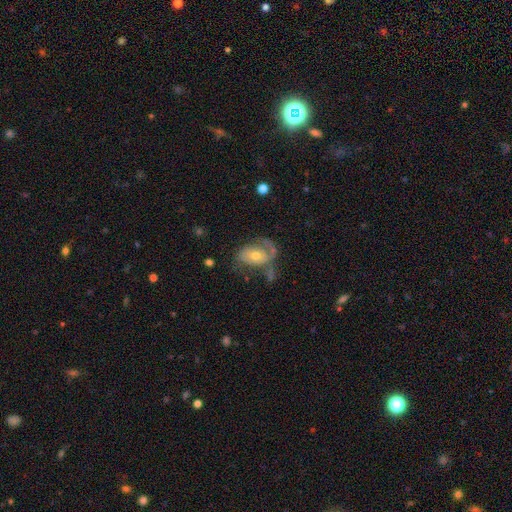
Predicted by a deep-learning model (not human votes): Smooth or featured: featured or disk — 61% (smooth — 31%)
Edge-on disk: no — 95% (yes — 5%)
Bar: no — 69% (weak — 23%)
Spiral arms: yes — 65% (no — 35%)
Bulge size: moderate — 61% (small — 33%)
Merging: none — 37% (major disturbance — 33%)